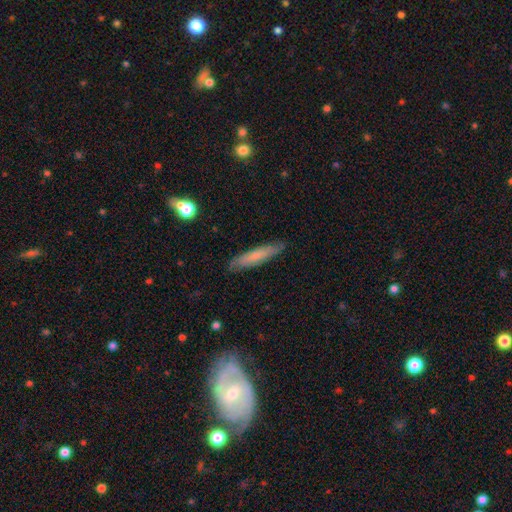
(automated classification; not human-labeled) Smooth or featured? smooth (66%)
How rounded? cigar-shaped (89%)
Merging? none (86%)